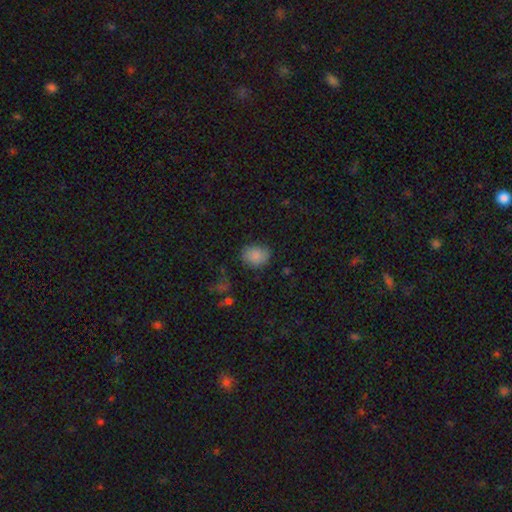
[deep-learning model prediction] Smooth or featured? Predicted: smooth (p=0.85). How rounded? Predicted: round (p=0.54). Merging? Predicted: none (p=0.78).